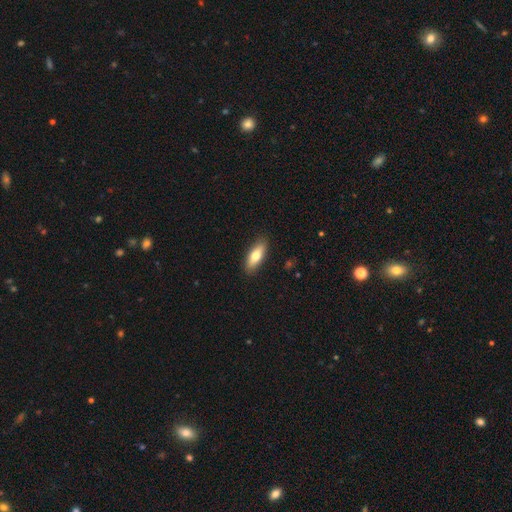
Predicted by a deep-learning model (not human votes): Q: Smooth or featured?
A: smooth (75%); runner-up: featured or disk (19%)
Q: How rounded?
A: in between (65%); runner-up: cigar-shaped (32%)
Q: Merging?
A: none (88%); runner-up: minor disturbance (9%)